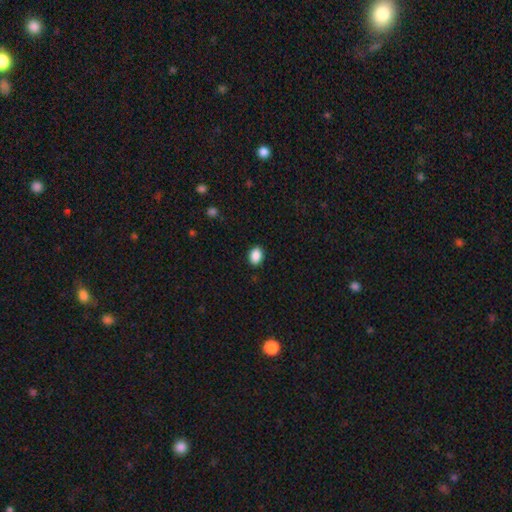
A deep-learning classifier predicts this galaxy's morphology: The model was most divided on "how rounded": in between: 75%, round: 23%, cigar-shaped: 1%. More confident: merging — none (89%); smooth or featured — smooth (89%).